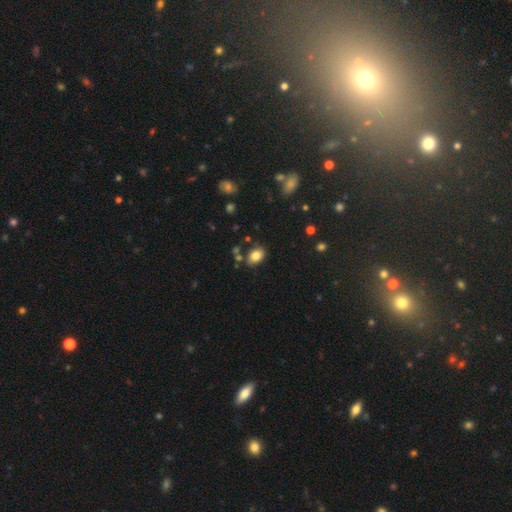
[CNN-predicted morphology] Smooth or featured: smooth — 83% (star or artifact — 9%)
How rounded: in between — 78% (round — 21%)
Merging: none — 79% (minor disturbance — 13%)